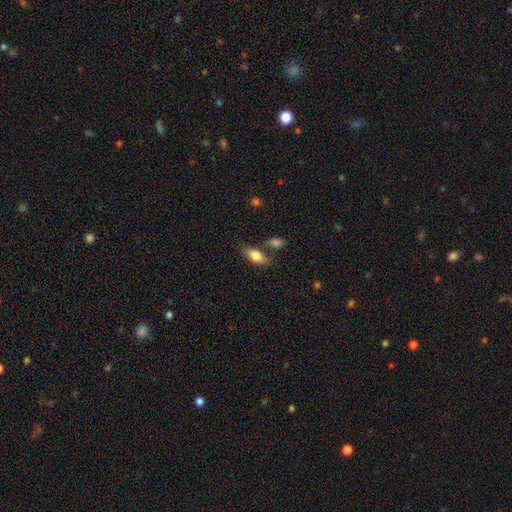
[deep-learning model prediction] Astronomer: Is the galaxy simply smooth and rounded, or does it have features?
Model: smooth — 79%.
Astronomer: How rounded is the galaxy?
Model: in between — 87%.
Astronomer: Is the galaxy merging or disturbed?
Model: none — 64%.